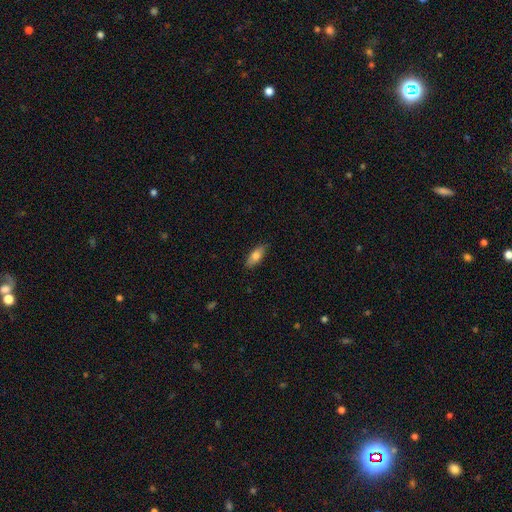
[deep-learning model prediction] The model was most divided on "how rounded": in between: 77%, cigar-shaped: 20%, round: 3%. More confident: merging — none (84%); smooth or featured — smooth (76%).